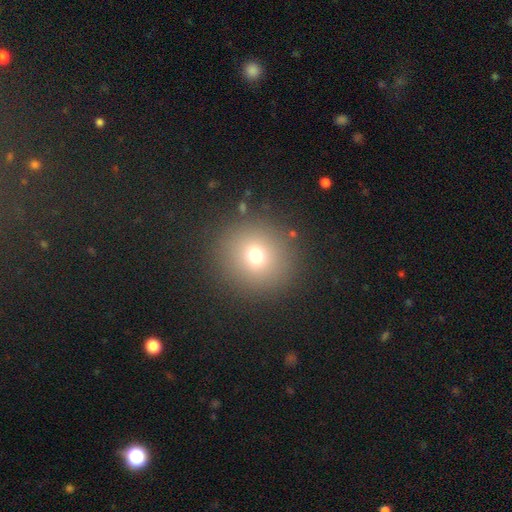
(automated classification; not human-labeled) A smooth galaxy with no disk features (70%) that is round (90%). Merging: none (88%).